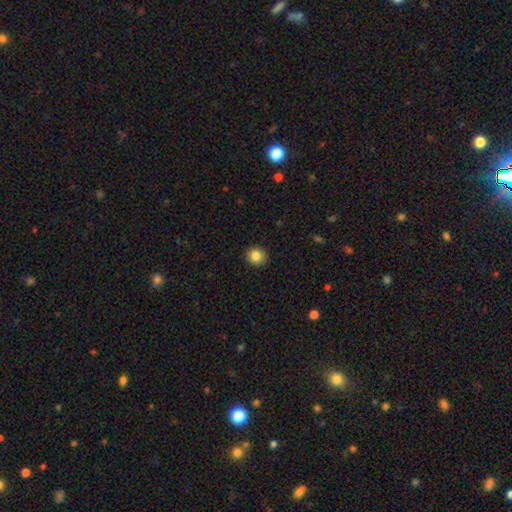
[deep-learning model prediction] The model was most divided on "smooth or featured": smooth: 84%, star or artifact: 10%, featured or disk: 6%. More confident: merging — none (91%); how rounded — round (88%).